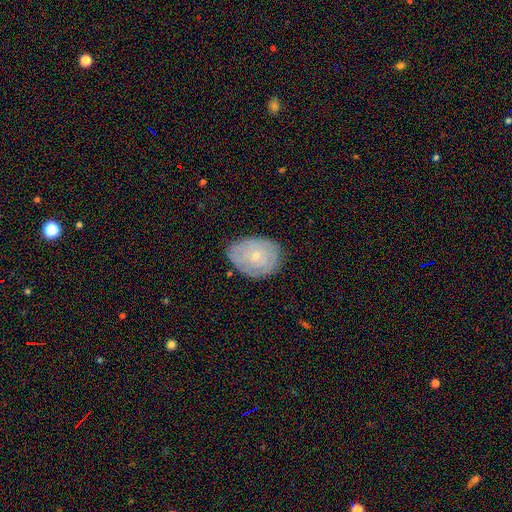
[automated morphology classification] type=smooth (48%); merging=none (75%).